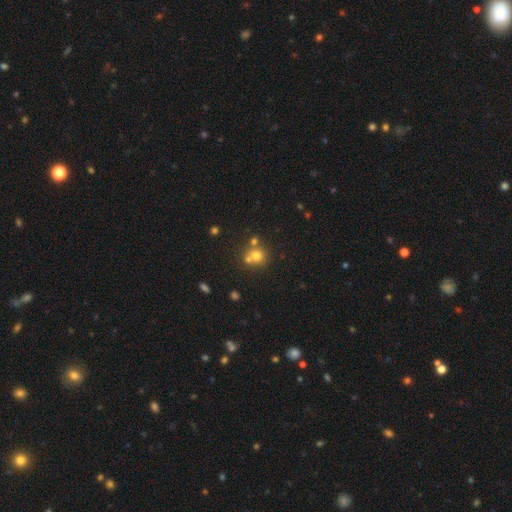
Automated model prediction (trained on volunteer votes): The model was most divided on "merging": none: 52%, merger: 37%, minor disturbance: 8%, major disturbance: 3%. More confident: how rounded — round (86%); smooth or featured — smooth (70%).